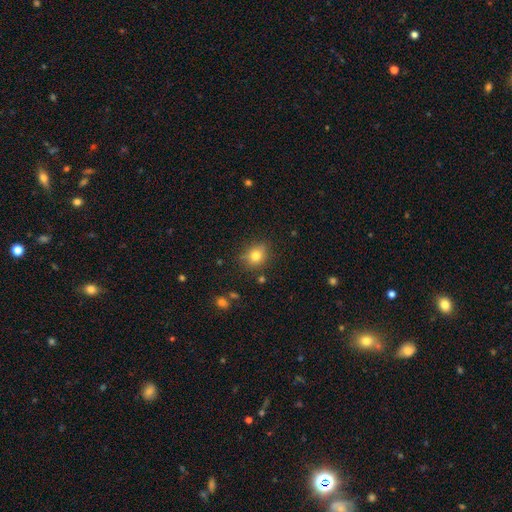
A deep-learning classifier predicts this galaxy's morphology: A smooth galaxy with no disk features (77%) that is round (67%).

Vote fractions:
- Smooth or featured? smooth: 77% / star or artifact: 12% / featured or disk: 10%
- How rounded? round: 67% / in between: 32% / cigar-shaped: 1%
- Merging? none: 78% / minor disturbance: 15% / major disturbance: 4% / merger: 3%